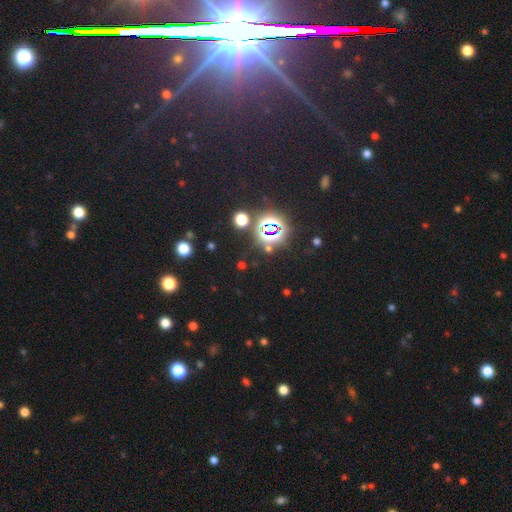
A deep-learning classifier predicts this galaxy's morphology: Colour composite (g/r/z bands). It shows a star or artifact, not a galaxy (81%).